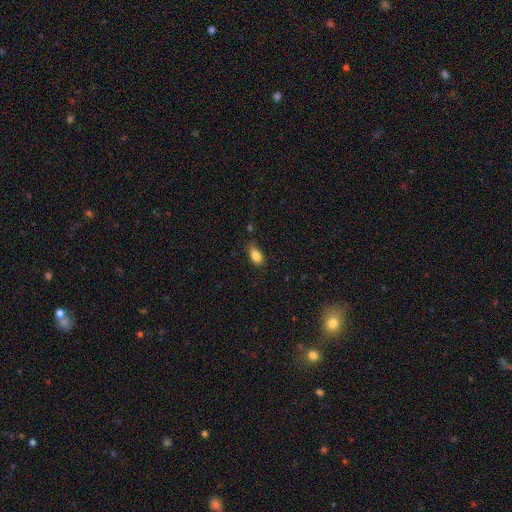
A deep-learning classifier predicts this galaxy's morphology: smooth 85%, star or artifact 9%, featured or disk 7%. Down the decision tree: how rounded — in between (88%); merging — none (68%).